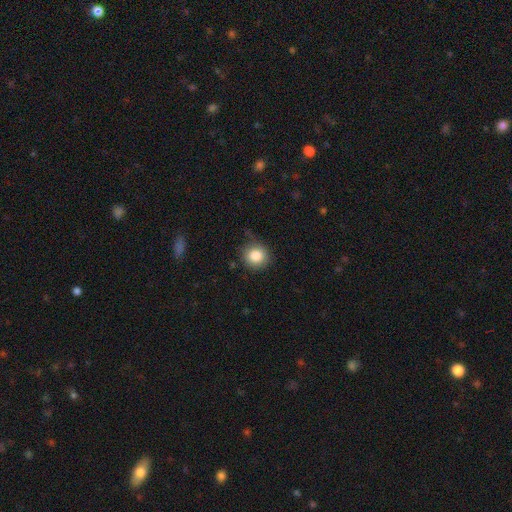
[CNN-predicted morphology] type=smooth (85%); roundness=round (90%); merging=none (78%).